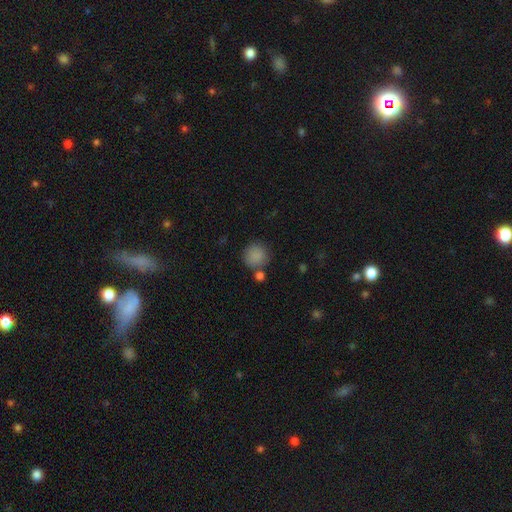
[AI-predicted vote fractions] Smooth or featured: smooth — 86% (star or artifact — 10%)
How rounded: round — 91% (in between — 8%)
Merging: none — 74% (minor disturbance — 11%)